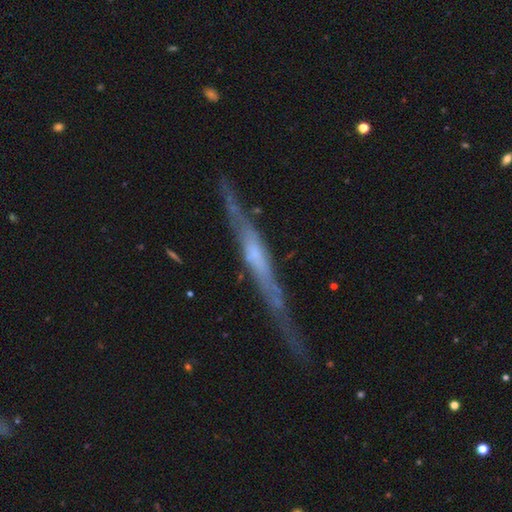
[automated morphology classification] A featured or disk galaxy (75%) viewed edge-on (94%) with no central bulge (44%). Merging: none (73%).